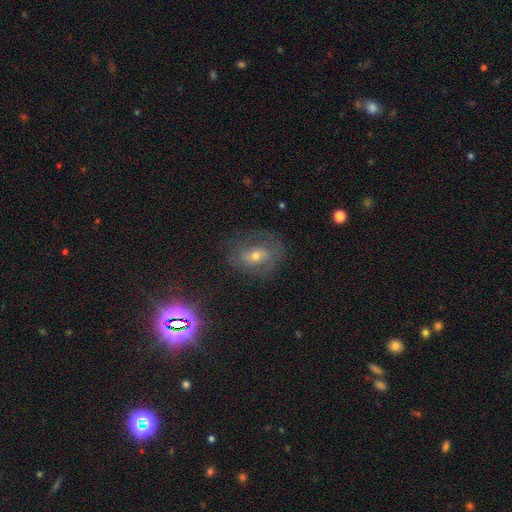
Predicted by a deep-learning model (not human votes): smooth_or_featured: featured or disk (p=0.48) [alt: star or artifact p=0.27]
merging: none (p=0.68) [alt: minor disturbance p=0.18]